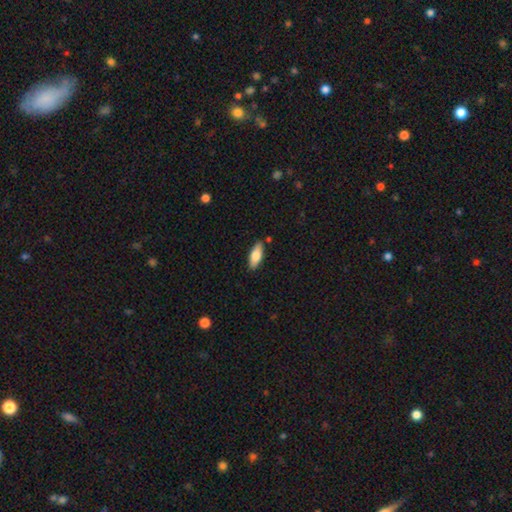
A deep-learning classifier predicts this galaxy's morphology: smooth-or-featured: smooth: 73% | featured or disk: 21% | star or artifact: 6%
  how-rounded: in between: 73% | cigar-shaped: 24% | round: 2%
  merging: none: 84% | minor disturbance: 12% | merger: 3% | major disturbance: 2%